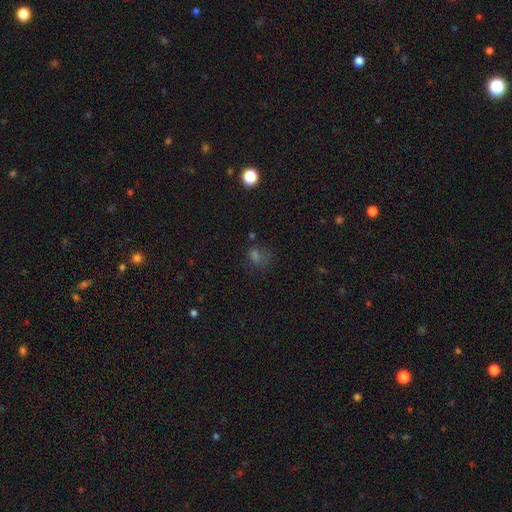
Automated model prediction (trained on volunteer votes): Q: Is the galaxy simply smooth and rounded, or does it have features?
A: smooth — 51%.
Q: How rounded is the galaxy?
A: round — 54%.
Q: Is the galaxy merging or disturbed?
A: none — 54%.